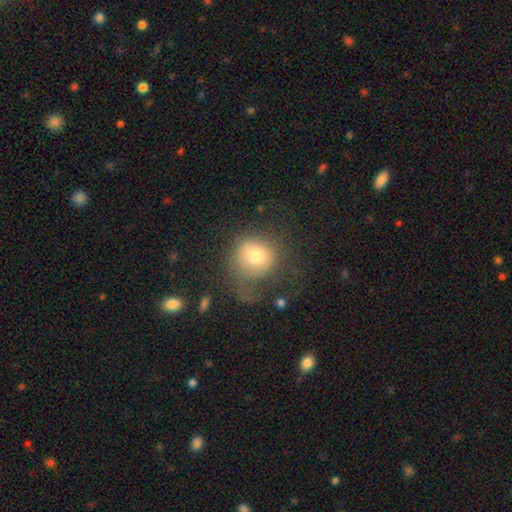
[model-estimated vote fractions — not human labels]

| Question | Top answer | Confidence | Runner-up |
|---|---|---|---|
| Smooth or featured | smooth | 72% | featured or disk (17%) |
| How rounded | round | 84% | in between (15%) |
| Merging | none | 40% | major disturbance (34%) |